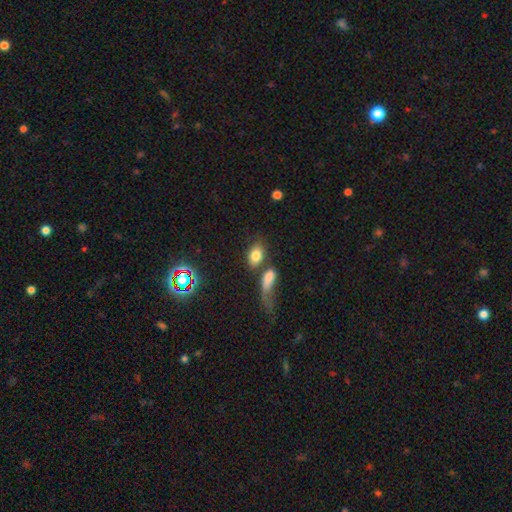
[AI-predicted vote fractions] A smooth galaxy with no disk features (78%) that is in between round and cigar-shaped (82%). Merging: none (49%).